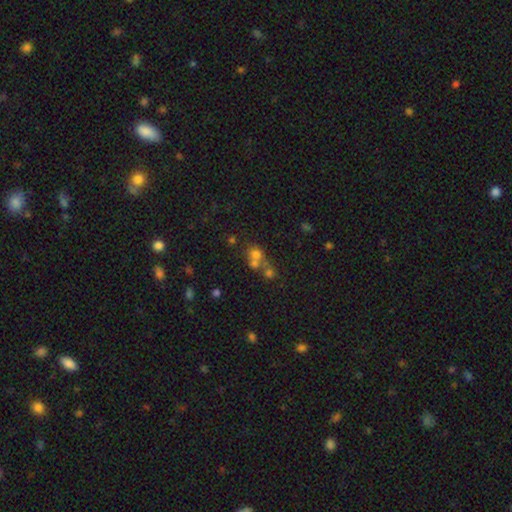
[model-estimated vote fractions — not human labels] A smooth galaxy with no disk features (61%) that is round (81%).

Vote fractions:
- Smooth or featured? smooth: 61% / star or artifact: 22% / featured or disk: 18%
- How rounded? round: 81% / in between: 18% / cigar-shaped: 1%
- Merging? merger: 50% / none: 37% / minor disturbance: 7% / major disturbance: 6%